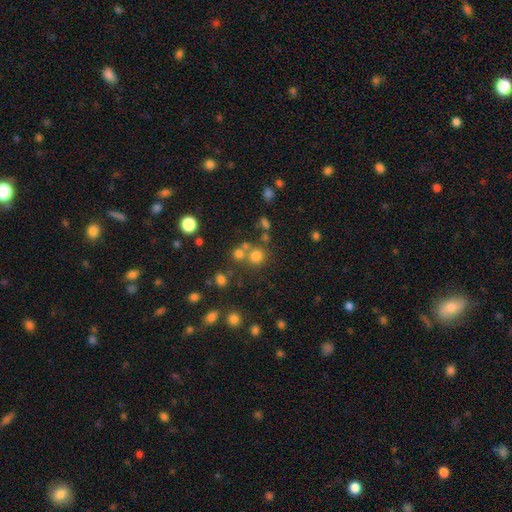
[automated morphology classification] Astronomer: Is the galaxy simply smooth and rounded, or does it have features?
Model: smooth — 70%.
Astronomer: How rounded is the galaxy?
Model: round — 89%.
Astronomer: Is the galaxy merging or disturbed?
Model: none — 62%.